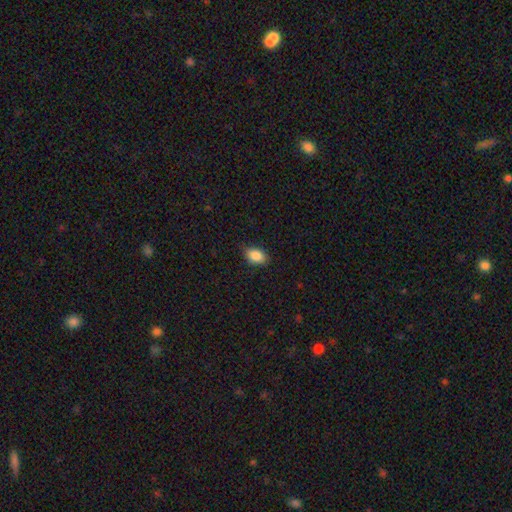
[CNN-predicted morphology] A smooth galaxy with no disk features (87%) that is in between round and cigar-shaped (87%). Merging: none (85%).